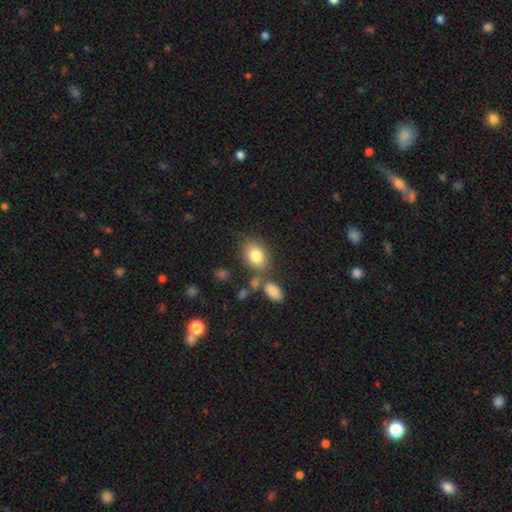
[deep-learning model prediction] This appears to be a smooth galaxy with no disk features (81%) that is in between round and cigar-shaped (72%). Merging: none (65%).